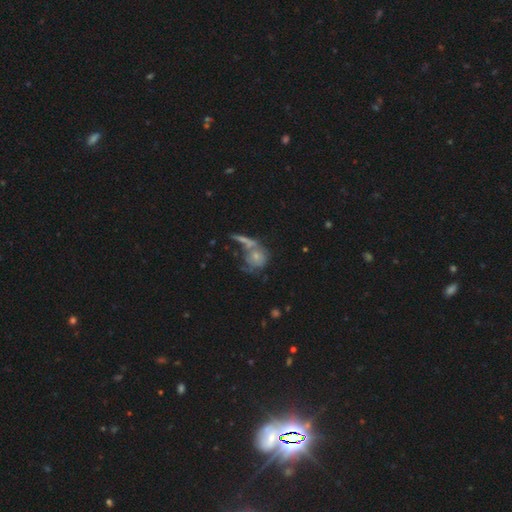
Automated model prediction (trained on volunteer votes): A smooth galaxy with no disk features (52%) that is round (74%).

Vote fractions:
- Smooth or featured? smooth: 52% / featured or disk: 37% / star or artifact: 12%
- How rounded? round: 74% / in between: 22% / cigar-shaped: 4%
- Merging? none: 41% / merger: 32% / minor disturbance: 15% / major disturbance: 12%